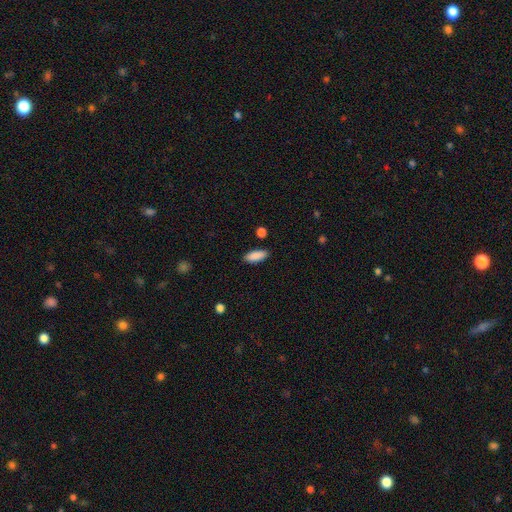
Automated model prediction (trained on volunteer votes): Q: Smooth or featured?
A: smooth (89%); runner-up: star or artifact (7%)
Q: How rounded?
A: in between (75%); runner-up: cigar-shaped (23%)
Q: Merging?
A: none (87%); runner-up: minor disturbance (9%)